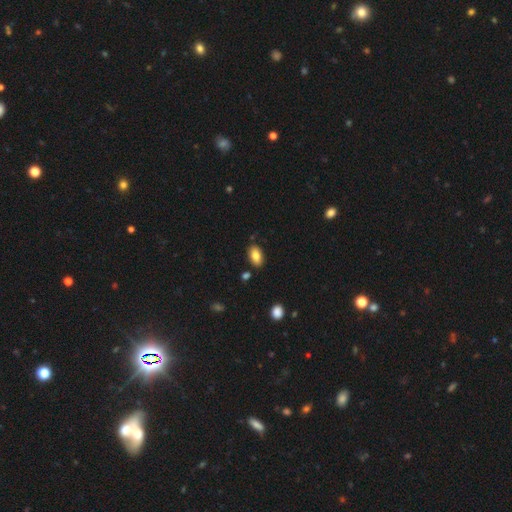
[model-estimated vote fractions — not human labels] Overall: smooth (84%). How rounded: in between (92%). Merging: none (84%).